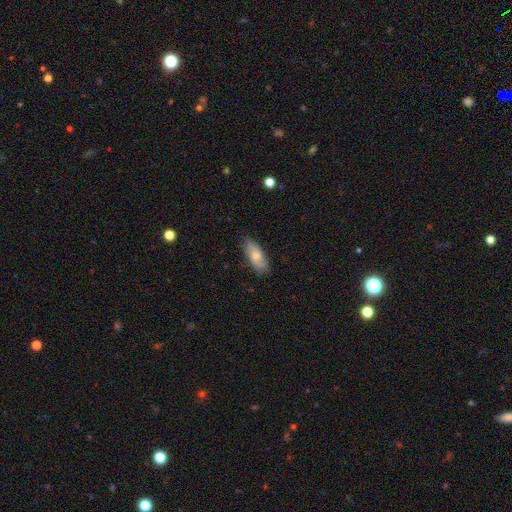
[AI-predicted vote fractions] The model was most divided on "smooth or featured": smooth: 62%, featured or disk: 31%, star or artifact: 7%. More confident: how rounded — in between (82%); merging — none (80%).